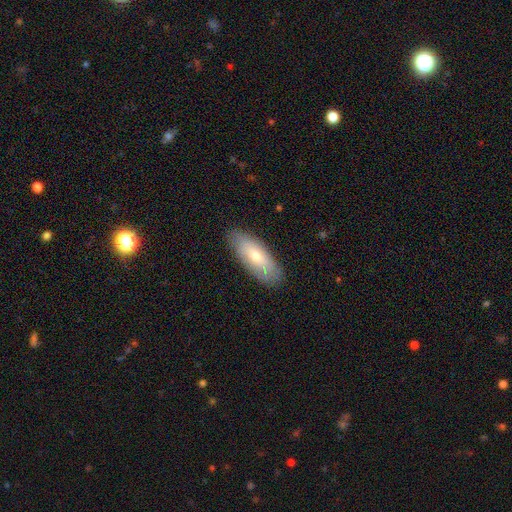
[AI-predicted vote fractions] This is likely a smooth galaxy (66%). How rounded: likely in between (76%). Merging: clearly none (83%).